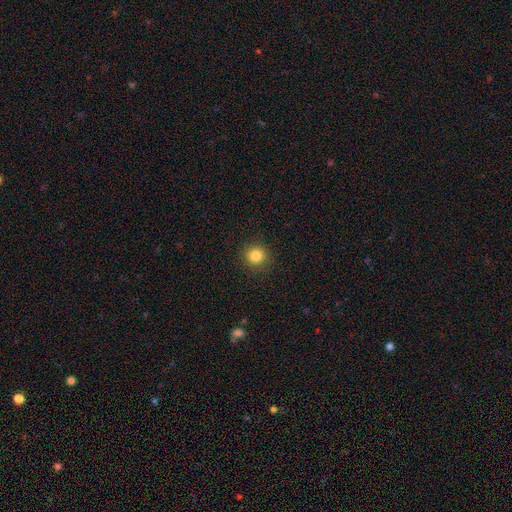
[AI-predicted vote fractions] Q: Smooth or featured?
A: smooth (84%); runner-up: star or artifact (11%)
Q: How rounded?
A: round (92%); runner-up: in between (7%)
Q: Merging?
A: none (91%); runner-up: minor disturbance (6%)